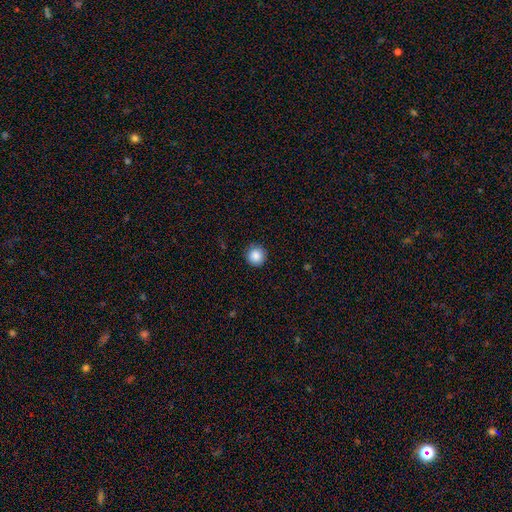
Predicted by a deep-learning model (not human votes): This is clearly a smooth galaxy (88%). How rounded: clearly round (95%). Merging: clearly none (90%).